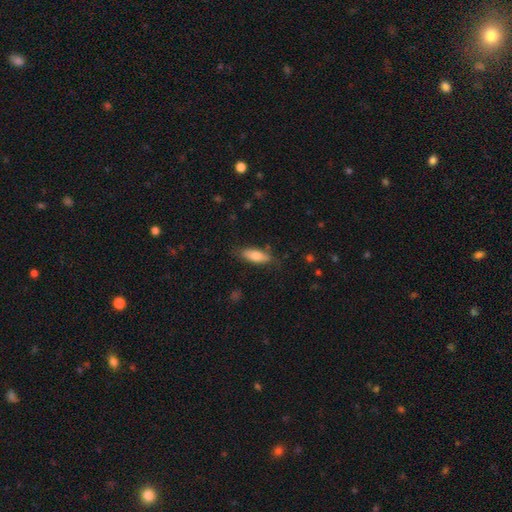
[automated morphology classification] The model was most divided on "how rounded": in between: 66%, cigar-shaped: 32%, round: 2%. More confident: merging — none (80%); smooth or featured — smooth (76%).